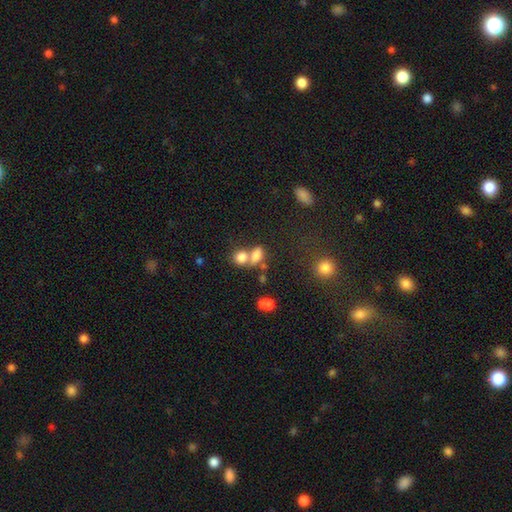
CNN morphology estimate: A smooth galaxy with no disk features (76%) that is in between round and cigar-shaped (69%).

Vote fractions:
- Smooth or featured? smooth: 76% / star or artifact: 13% / featured or disk: 11%
- How rounded? in between: 69% / round: 28% / cigar-shaped: 3%
- Merging? merger: 54% / none: 32% / minor disturbance: 9% / major disturbance: 5%